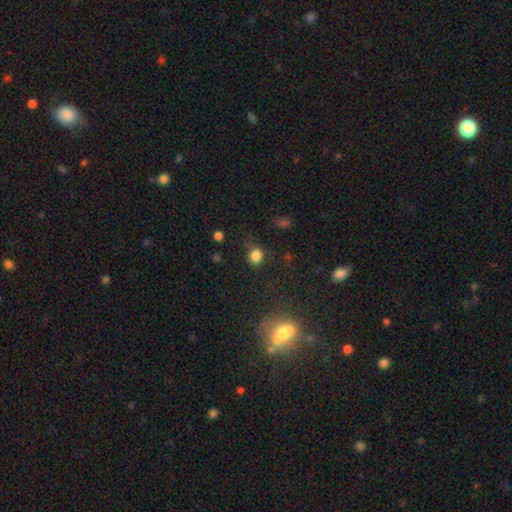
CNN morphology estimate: The model was most divided on "how rounded": round: 74%, in between: 25%, cigar-shaped: 1%. More confident: smooth or featured — smooth (82%); merging — none (74%).